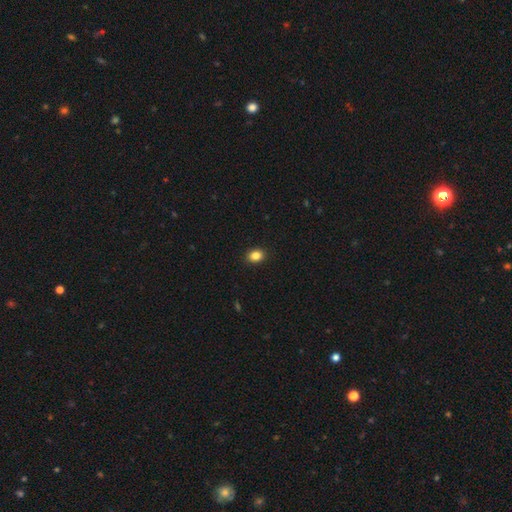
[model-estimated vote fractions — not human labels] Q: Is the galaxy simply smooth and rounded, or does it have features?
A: smooth — 85%.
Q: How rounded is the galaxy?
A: in between — 57%.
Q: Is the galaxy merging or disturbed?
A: none — 91%.